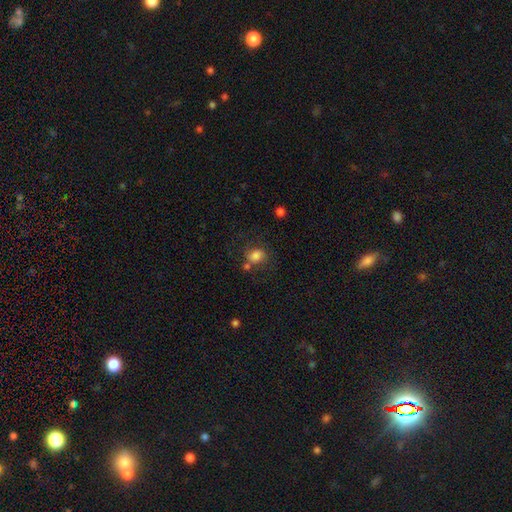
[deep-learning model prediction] This appears to be a smooth galaxy with no disk features (79%) that is round (63%). Merging: none (60%).